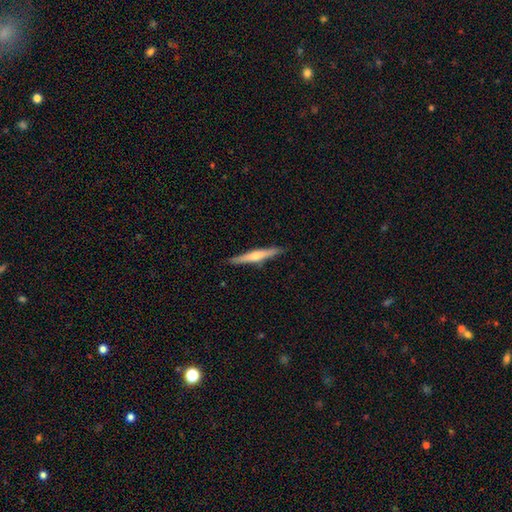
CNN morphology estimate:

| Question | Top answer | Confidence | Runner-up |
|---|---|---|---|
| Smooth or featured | featured or disk | 60% | smooth (34%) |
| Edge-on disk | yes | 97% | no (3%) |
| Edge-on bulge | rounded | 84% | none (12%) |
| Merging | none | 91% | minor disturbance (7%) |